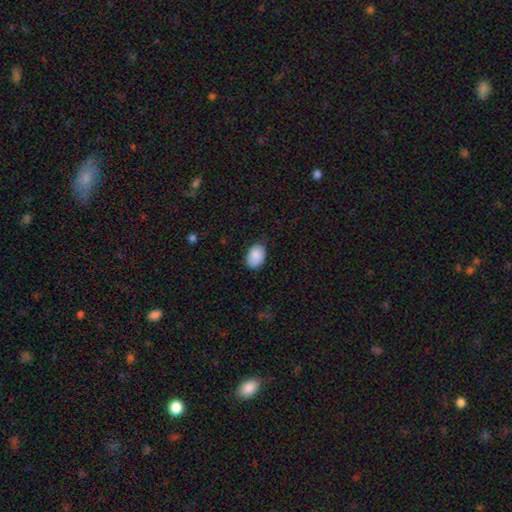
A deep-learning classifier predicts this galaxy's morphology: Q: Smooth or featured?
A: smooth (89%); runner-up: star or artifact (7%)
Q: How rounded?
A: in between (86%); runner-up: round (13%)
Q: Merging?
A: none (74%); runner-up: minor disturbance (22%)